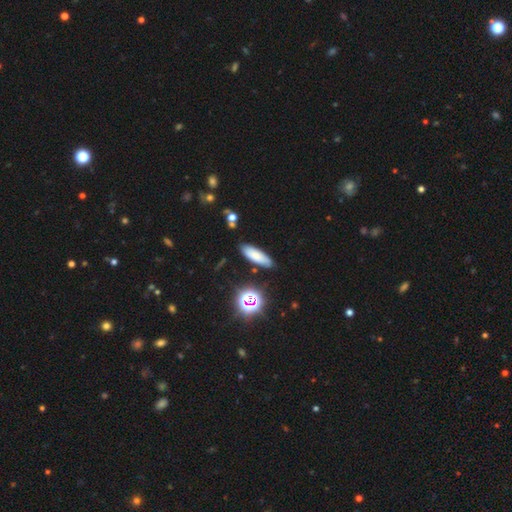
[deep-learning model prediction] This appears to be a smooth galaxy with no disk features (74%) that is in between round and cigar-shaped (53%). Merging: none (84%).